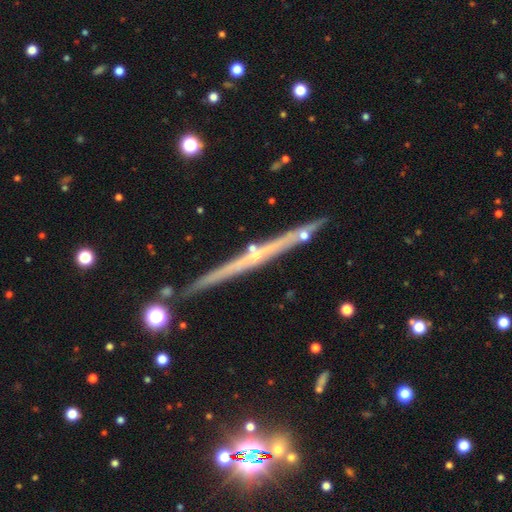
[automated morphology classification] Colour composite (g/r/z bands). It shows a featured or disk galaxy (70%) viewed edge-on (97%) with no central bulge (76%). Merging: none (86%).